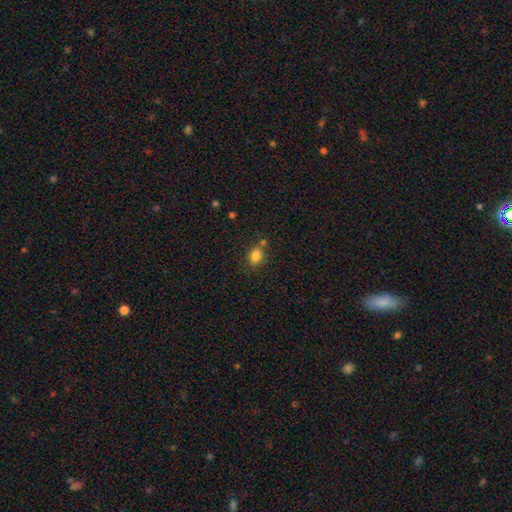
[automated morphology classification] smooth 83%, star or artifact 11%, featured or disk 6%. Down the decision tree: how rounded — in between (58%); merging — none (65%).